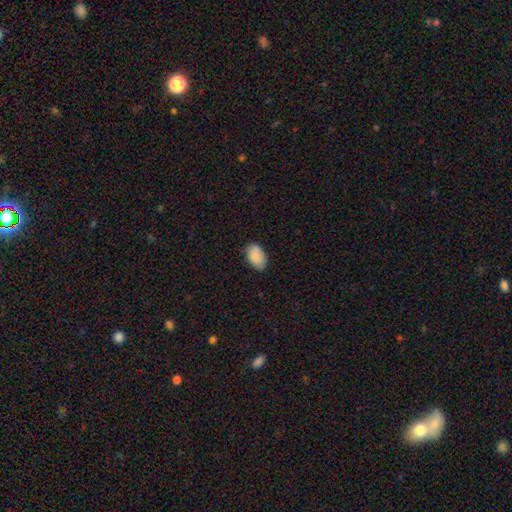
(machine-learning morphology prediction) type=smooth (87%); roundness=in between (92%); merging=none (78%).